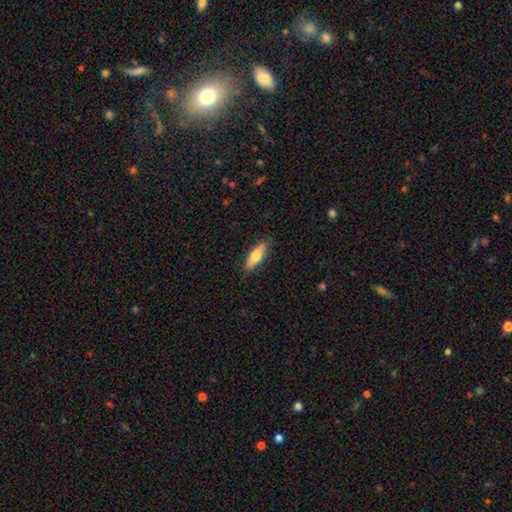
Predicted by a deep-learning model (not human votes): smooth-or-featured: smooth: 67% | featured or disk: 27% | star or artifact: 6%
  how-rounded: in between: 51% | cigar-shaped: 47% | round: 2%
  merging: none: 86% | minor disturbance: 10% | major disturbance: 2% | merger: 1%